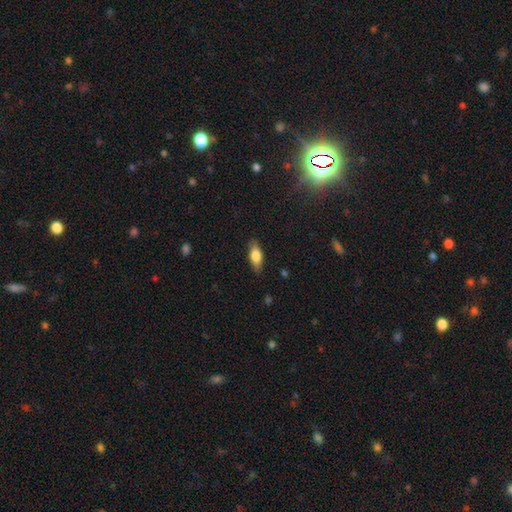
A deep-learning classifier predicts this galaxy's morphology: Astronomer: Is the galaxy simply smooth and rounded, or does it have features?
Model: smooth — 74%.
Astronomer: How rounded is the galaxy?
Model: in between — 74%.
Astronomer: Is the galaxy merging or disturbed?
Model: none — 85%.